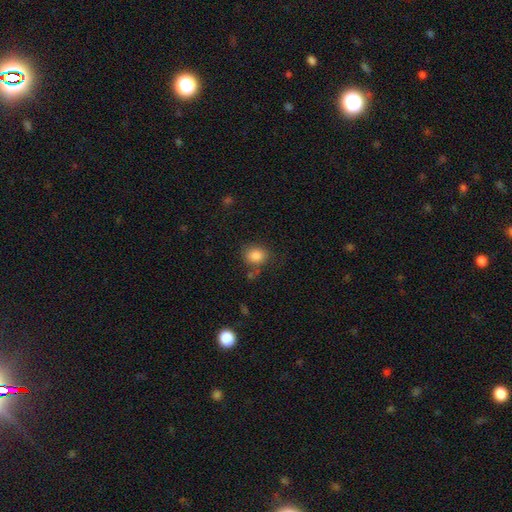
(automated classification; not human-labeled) Smooth or featured?
  - smooth: 85% *
  - star or artifact: 10%
  - featured or disk: 6%
How rounded?
  - round: 56% *
  - in between: 44%
  - cigar-shaped: 1%
Merging?
  - none: 69% *
  - minor disturbance: 17%
  - merger: 8%
  - major disturbance: 6%